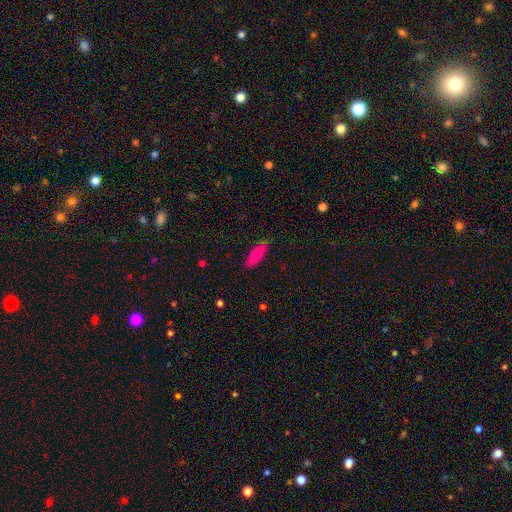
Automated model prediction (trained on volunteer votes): smooth_or_featured: smooth (p=0.82) [alt: featured or disk p=0.12]
how_rounded: cigar-shaped (p=0.58) [alt: in between p=0.41]
merging: none (p=0.85) [alt: minor disturbance p=0.11]